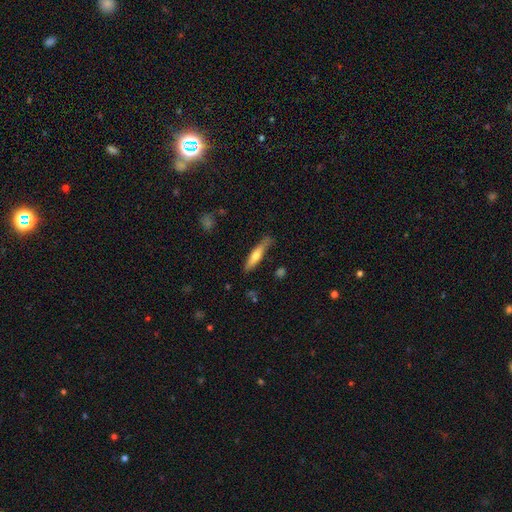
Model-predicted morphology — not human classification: Q: Smooth or featured?
A: smooth (58%); runner-up: featured or disk (36%)
Q: How rounded?
A: cigar-shaped (83%); runner-up: in between (15%)
Q: Merging?
A: none (77%); runner-up: minor disturbance (17%)